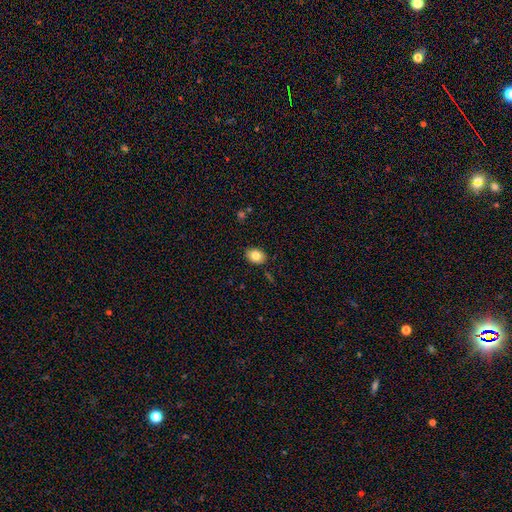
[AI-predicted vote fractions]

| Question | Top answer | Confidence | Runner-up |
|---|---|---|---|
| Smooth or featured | smooth | 83% | featured or disk (9%) |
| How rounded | in between | 68% | round (31%) |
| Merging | none | 86% | minor disturbance (10%) |